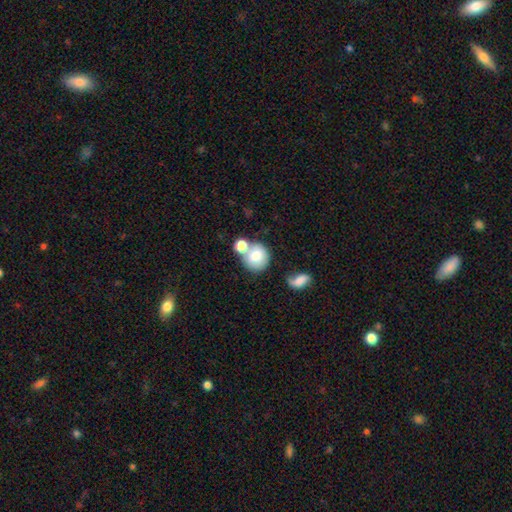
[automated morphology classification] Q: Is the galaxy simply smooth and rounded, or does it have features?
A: smooth — 74%.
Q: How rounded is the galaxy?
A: round — 76%.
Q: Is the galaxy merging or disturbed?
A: none — 43%.